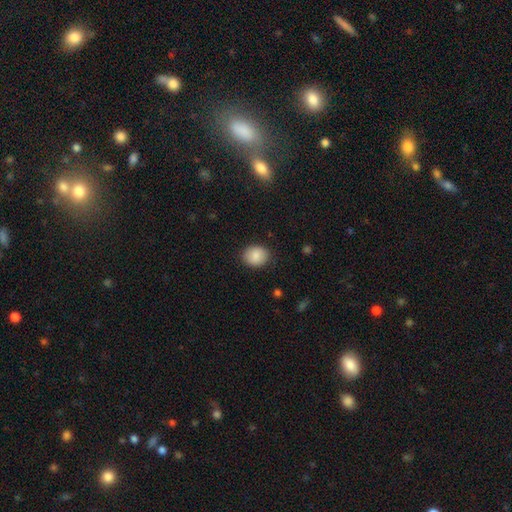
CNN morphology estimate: smooth 87%, star or artifact 8%, featured or disk 5%. Down the decision tree: how rounded — round (60%); merging — none (86%).